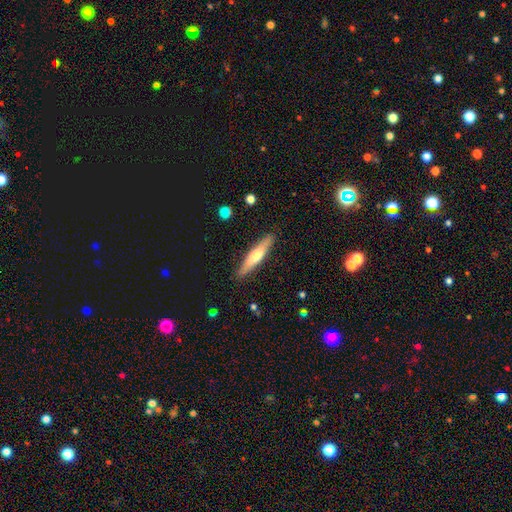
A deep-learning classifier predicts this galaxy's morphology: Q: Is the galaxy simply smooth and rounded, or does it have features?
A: smooth — 51%.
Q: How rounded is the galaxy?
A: cigar-shaped — 86%.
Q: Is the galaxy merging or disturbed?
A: none — 88%.